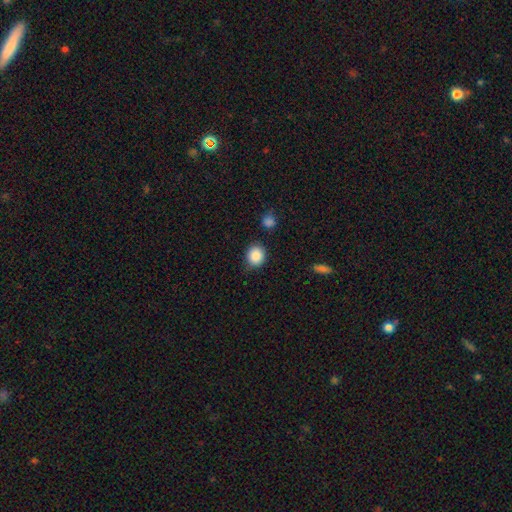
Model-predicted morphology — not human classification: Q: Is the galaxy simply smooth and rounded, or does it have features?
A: smooth — 87%.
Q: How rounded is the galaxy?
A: round — 79%.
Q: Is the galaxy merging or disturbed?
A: none — 83%.